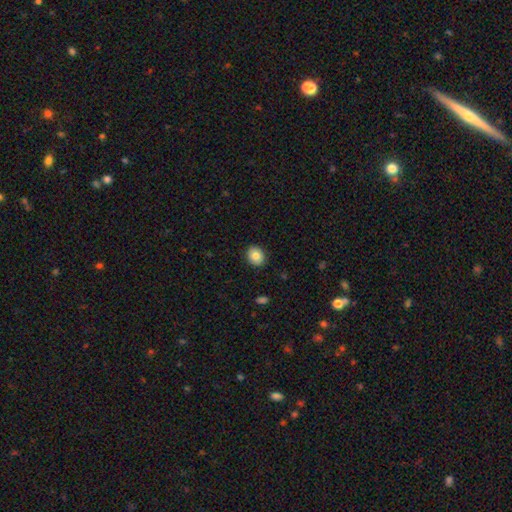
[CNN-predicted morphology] A smooth galaxy with no disk features (82%) that is round (64%).

Vote fractions:
- Smooth or featured? smooth: 82% / featured or disk: 10% / star or artifact: 9%
- How rounded? round: 64% / in between: 35% / cigar-shaped: 1%
- Merging? none: 90% / minor disturbance: 7% / major disturbance: 2% / merger: 1%